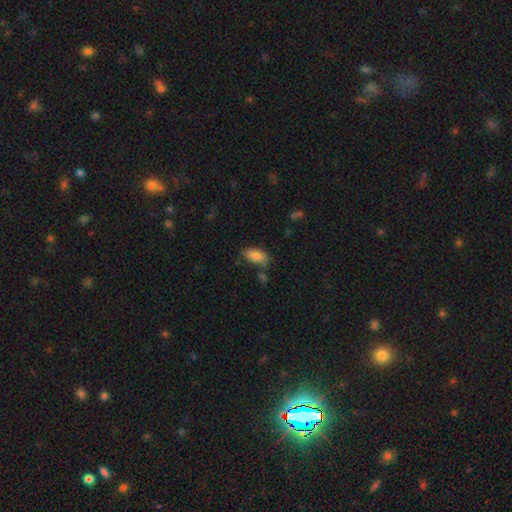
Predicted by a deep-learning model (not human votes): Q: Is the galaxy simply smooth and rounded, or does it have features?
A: smooth — 85%.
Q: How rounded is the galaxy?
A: in between — 91%.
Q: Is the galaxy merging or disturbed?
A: none — 65%.